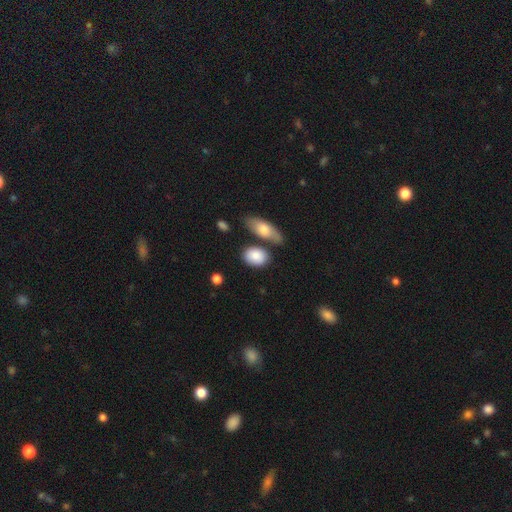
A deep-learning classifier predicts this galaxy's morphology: This appears to be a smooth galaxy with no disk features (85%) that is in between round and cigar-shaped (78%). Merging: none (65%).